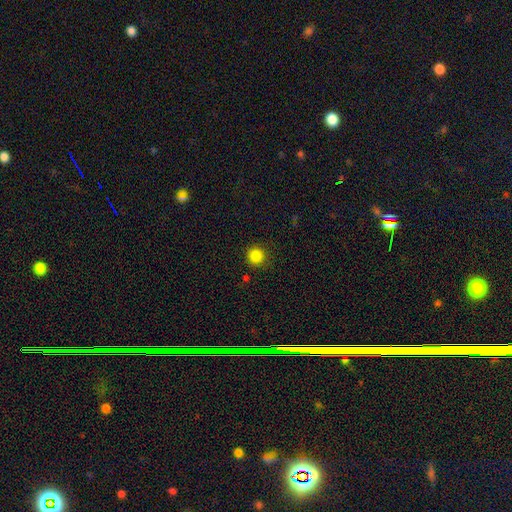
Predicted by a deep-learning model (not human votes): A smooth galaxy with no disk features (85%) that is round (94%). Merging: none (90%).